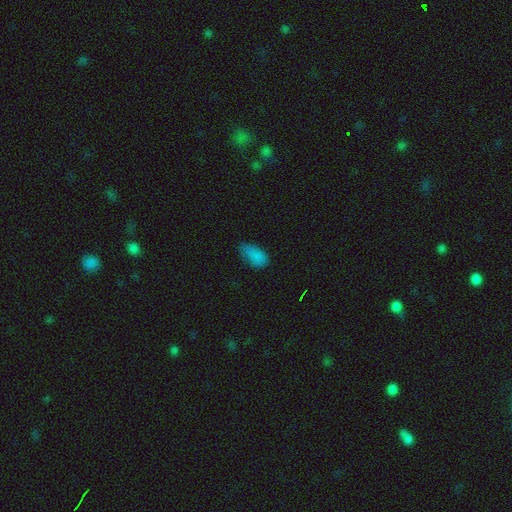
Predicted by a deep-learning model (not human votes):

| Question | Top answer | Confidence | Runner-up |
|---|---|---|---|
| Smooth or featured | smooth | 82% | star or artifact (12%) |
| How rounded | in between | 91% | cigar-shaped (5%) |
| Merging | none | 50% | minor disturbance (37%) |